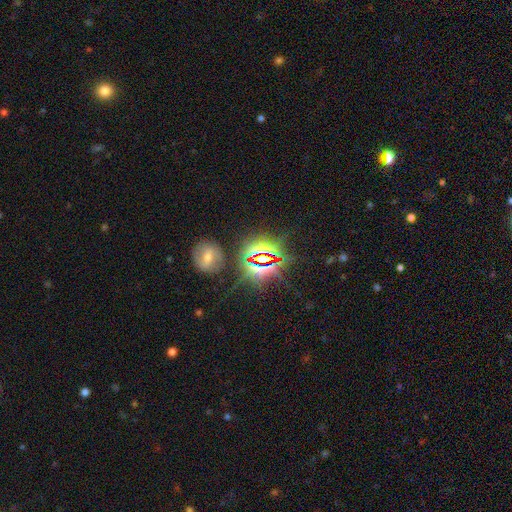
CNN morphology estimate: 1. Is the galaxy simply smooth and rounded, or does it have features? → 78% star or artifact, 11% smooth, 10% featured or disk.